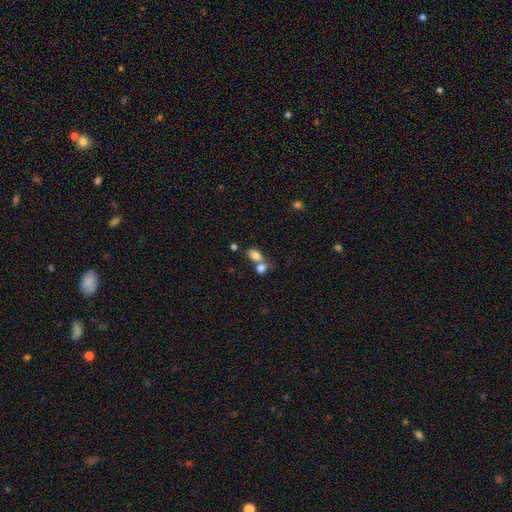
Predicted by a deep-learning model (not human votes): smooth 80%, featured or disk 10%, star or artifact 10%. Down the decision tree: how rounded — in between (78%); merging — merger (56%).